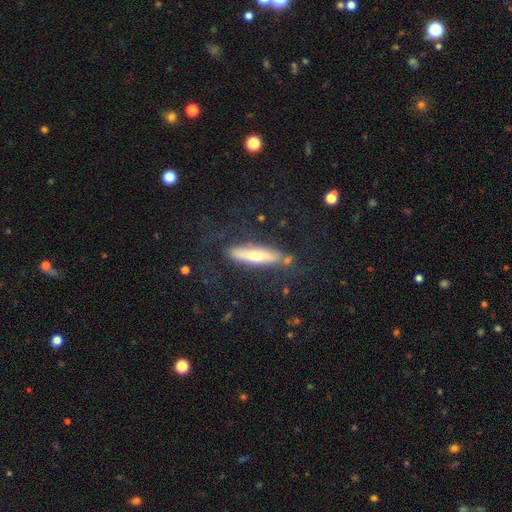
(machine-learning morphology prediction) Overall: smooth (50%; featured or disk 42%). How rounded: cigar-shaped (79%). Merging: none (71%).